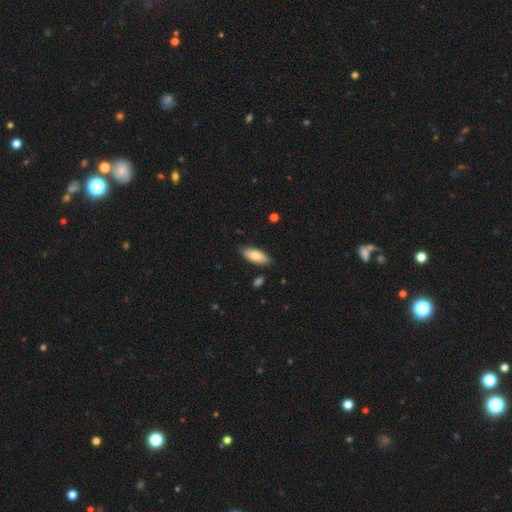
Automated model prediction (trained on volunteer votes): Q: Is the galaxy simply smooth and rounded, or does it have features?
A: smooth — 82%.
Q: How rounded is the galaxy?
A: in between — 80%.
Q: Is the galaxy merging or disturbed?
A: none — 84%.